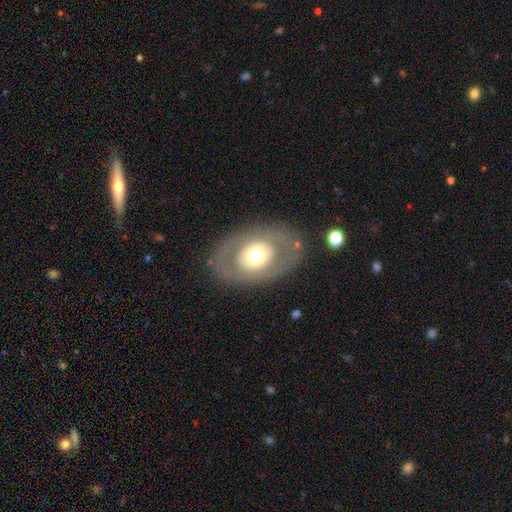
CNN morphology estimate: Smooth or featured?
  - featured or disk: 49% *
  - smooth: 45%
  - star or artifact: 7%
Merging?
  - none: 80% *
  - minor disturbance: 11%
  - major disturbance: 8%
  - merger: 2%